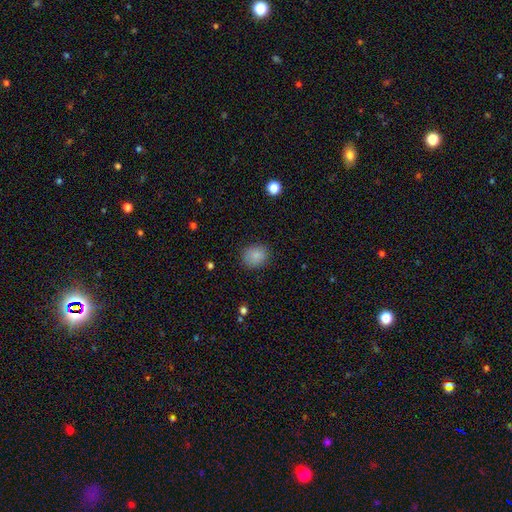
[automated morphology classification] This is clearly a smooth galaxy (85%). How rounded: likely round (68%). Merging: clearly none (85%).